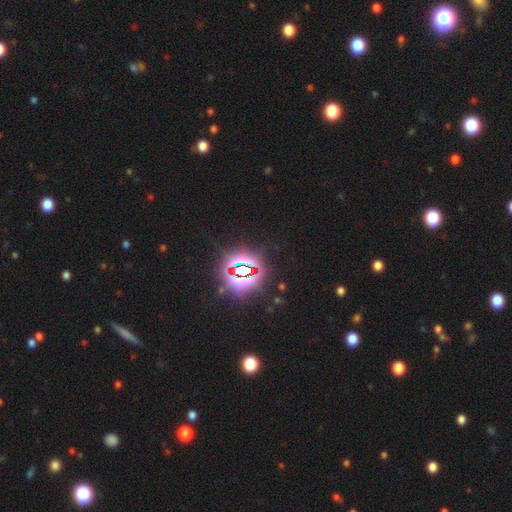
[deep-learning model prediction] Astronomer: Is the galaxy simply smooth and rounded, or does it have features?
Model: star or artifact — 85%.